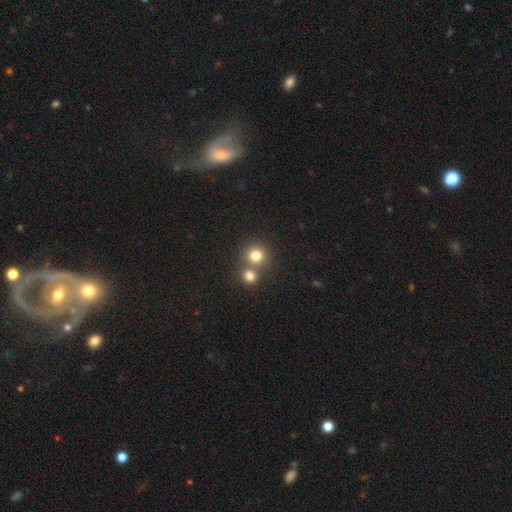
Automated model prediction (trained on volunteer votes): Morphology: type=smooth (78%); roundness=round (89%); merging=none (58%).